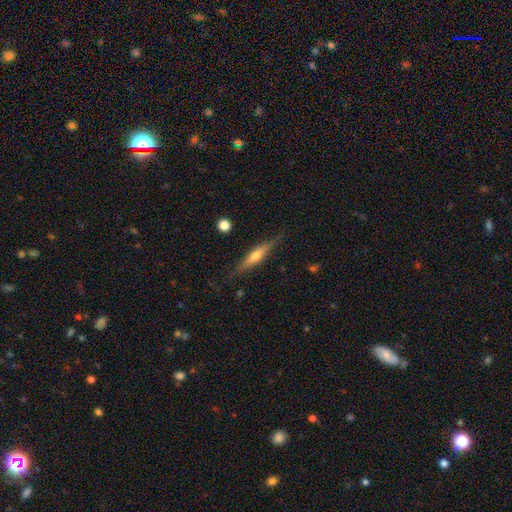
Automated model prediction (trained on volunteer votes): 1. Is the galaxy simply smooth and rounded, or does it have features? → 67% featured or disk, 27% smooth, 6% star or artifact.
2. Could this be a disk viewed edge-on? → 97% yes, 3% no.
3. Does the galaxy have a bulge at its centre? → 88% rounded, 6% none, 6% boxy.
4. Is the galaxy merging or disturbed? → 85% none, 11% minor disturbance, 2% major disturbance, 1% merger.